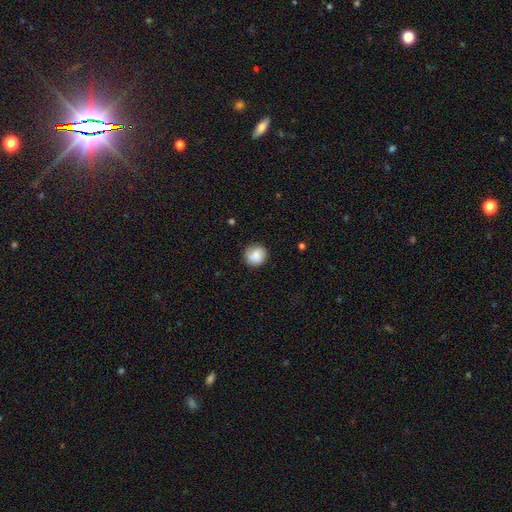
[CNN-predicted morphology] This is clearly a smooth galaxy (84%). How rounded: clearly round (88%). Merging: clearly none (83%).